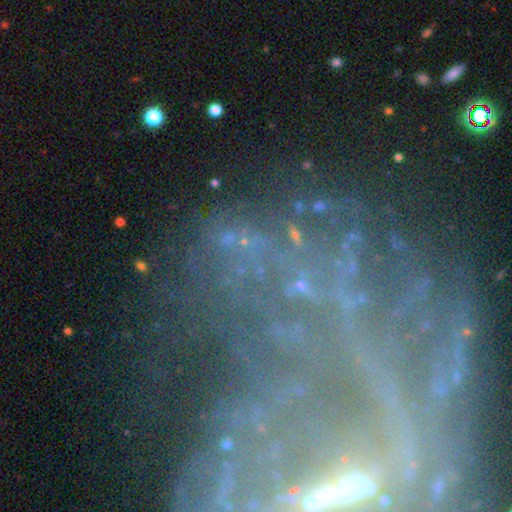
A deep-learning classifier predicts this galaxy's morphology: smooth_or_featured: featured or disk (p=0.52) [alt: star or artifact p=0.33]
disk_edge_on: no (p=0.92) [alt: yes p=0.08]
merging: none (p=0.63) [alt: minor disturbance p=0.16]